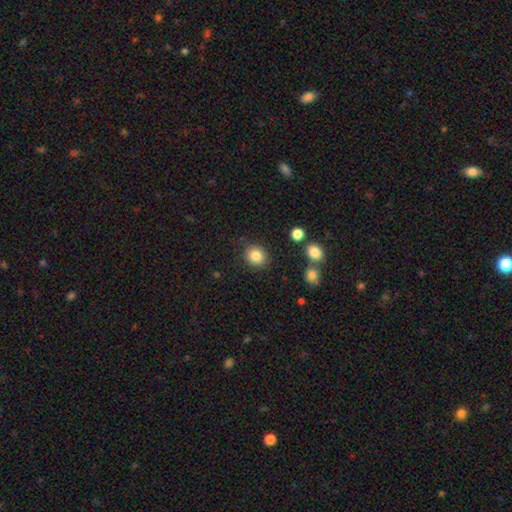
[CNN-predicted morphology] This appears to be a smooth galaxy with no disk features (84%) that is round (76%). Merging: none (84%).